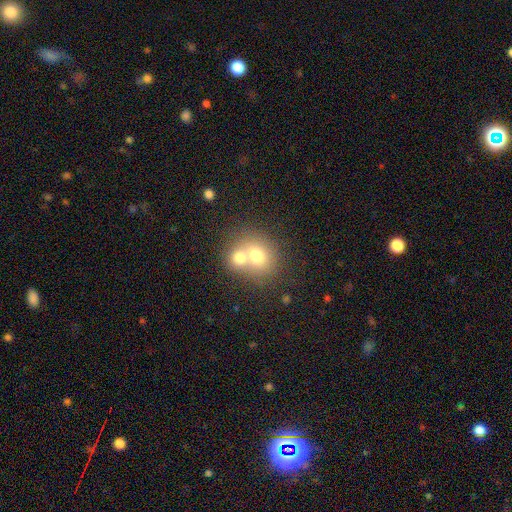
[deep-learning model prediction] A smooth galaxy with no disk features (68%) that is round (68%). Merging: merger (63%).